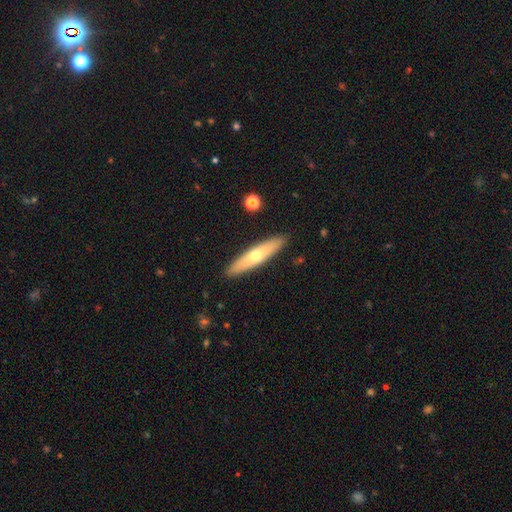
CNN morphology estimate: Smooth or featured? Predicted: smooth (p=0.52). How rounded? Predicted: cigar-shaped (p=0.82). Merging? Predicted: none (p=0.91).